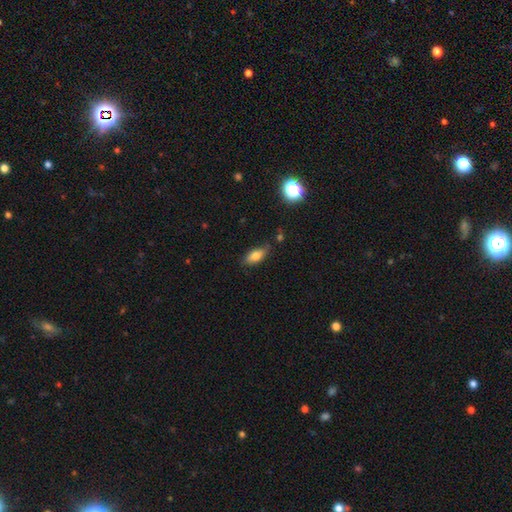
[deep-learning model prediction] A smooth galaxy with no disk features (77%) that is in between round and cigar-shaped (83%). Merging: none (71%).